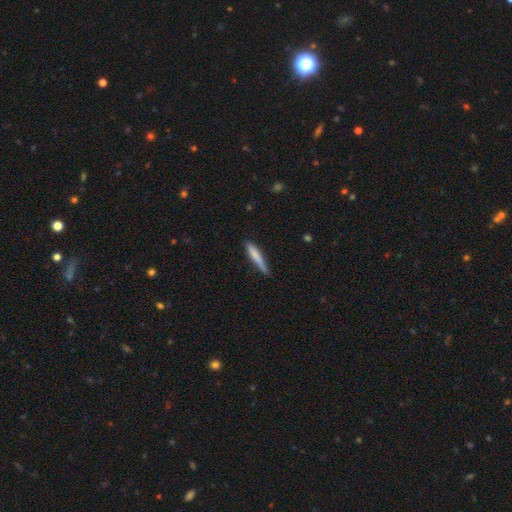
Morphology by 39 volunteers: This appears to be a smooth galaxy with no disk features (72%) that is cigar-shaped (82%). Merging: none (58%).